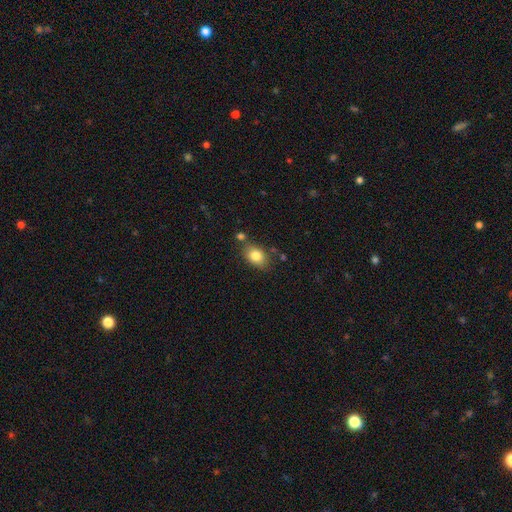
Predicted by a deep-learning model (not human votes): smooth_or_featured: smooth (p=0.82) [alt: featured or disk p=0.10]
how_rounded: in between (p=0.78) [alt: round p=0.21]
merging: none (p=0.71) [alt: minor disturbance p=0.15]